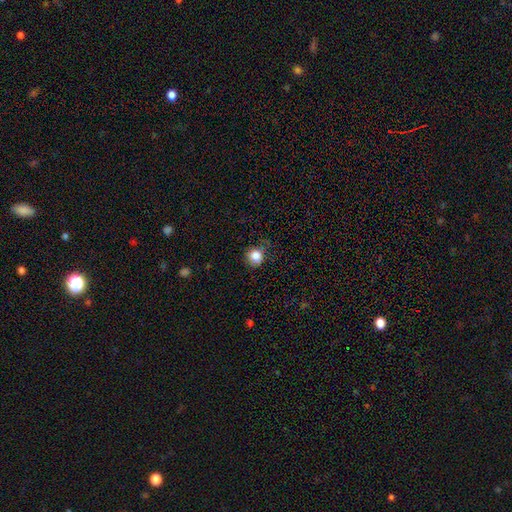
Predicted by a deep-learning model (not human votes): A smooth galaxy with no disk features (84%) that is round (83%).

Vote fractions:
- Smooth or featured? smooth: 84% / star or artifact: 11% / featured or disk: 5%
- How rounded? round: 83% / in between: 16% / cigar-shaped: 1%
- Merging? none: 69% / minor disturbance: 22% / major disturbance: 7% / merger: 2%